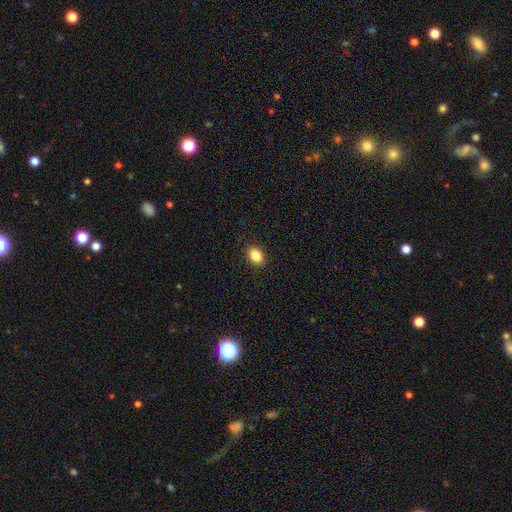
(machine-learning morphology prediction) Smooth or featured?
  - smooth: 87% *
  - star or artifact: 9%
  - featured or disk: 4%
How rounded?
  - in between: 82% *
  - round: 17%
  - cigar-shaped: 1%
Merging?
  - none: 90% *
  - minor disturbance: 7%
  - major disturbance: 2%
  - merger: 1%